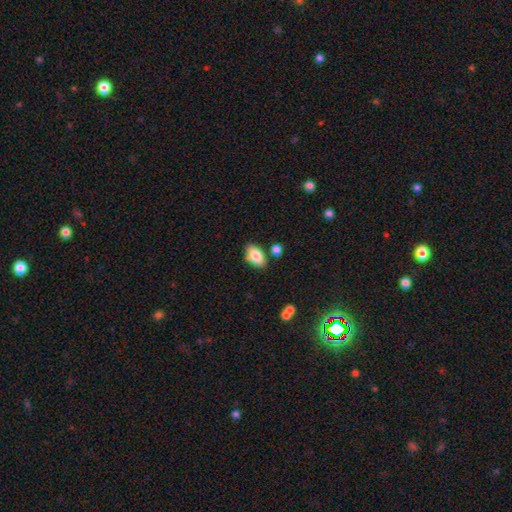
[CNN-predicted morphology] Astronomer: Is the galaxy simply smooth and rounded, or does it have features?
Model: smooth — 83%.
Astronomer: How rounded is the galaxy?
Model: in between — 93%.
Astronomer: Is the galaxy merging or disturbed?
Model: none — 76%.